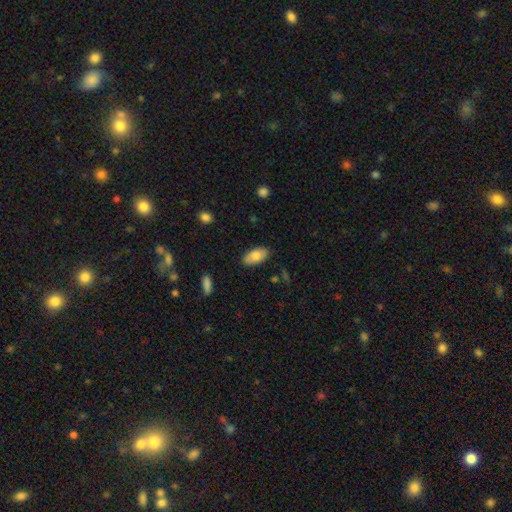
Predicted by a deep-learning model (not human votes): This is likely a smooth galaxy (77%). How rounded: clearly in between (93%). Merging: clearly none (84%).